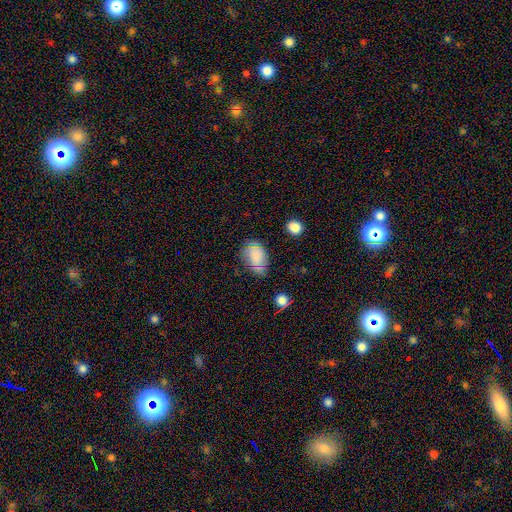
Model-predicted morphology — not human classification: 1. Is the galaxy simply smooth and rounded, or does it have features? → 72% smooth, 17% featured or disk, 11% star or artifact.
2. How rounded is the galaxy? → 83% in between, 16% round, 1% cigar-shaped.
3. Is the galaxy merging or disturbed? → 60% none, 27% minor disturbance, 9% major disturbance, 4% merger.